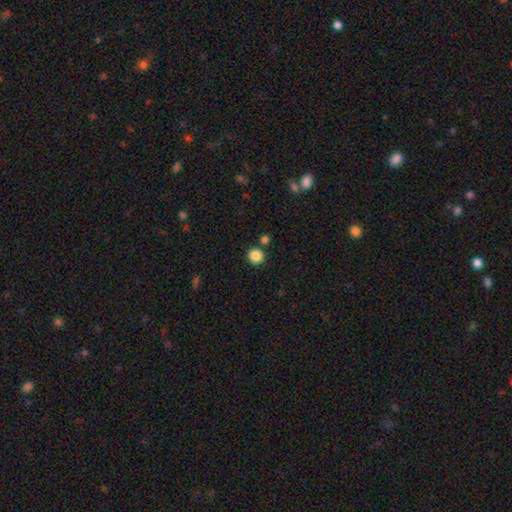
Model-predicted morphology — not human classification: A smooth galaxy with no disk features (86%) that is round (94%). Merging: none (85%).